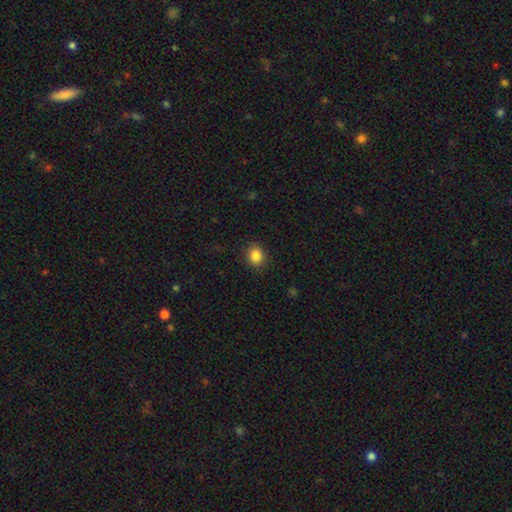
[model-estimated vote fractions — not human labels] Morphology: type=smooth (86%); roundness=round (57%); merging=none (88%).